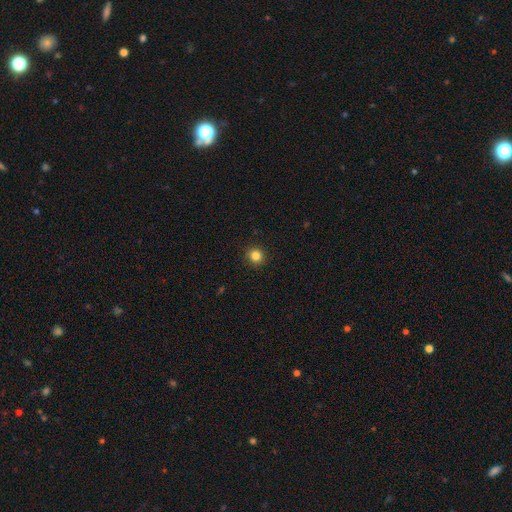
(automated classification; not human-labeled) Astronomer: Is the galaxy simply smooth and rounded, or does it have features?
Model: smooth — 84%.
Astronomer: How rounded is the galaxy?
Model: round — 93%.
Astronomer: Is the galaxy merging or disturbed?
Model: none — 91%.